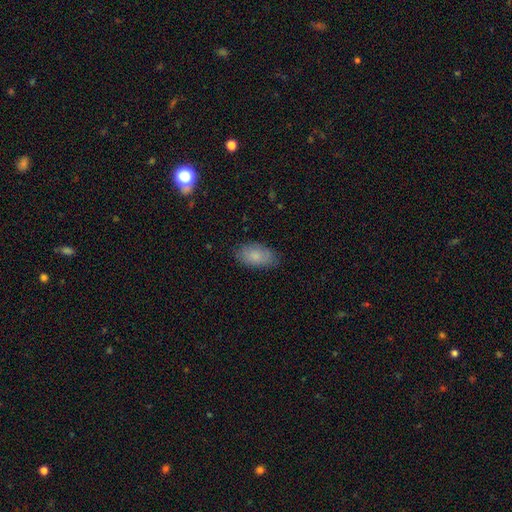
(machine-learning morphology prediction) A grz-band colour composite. It shows a smooth galaxy with no disk features (83%) that is in between round and cigar-shaped (93%). Merging: none (81%).